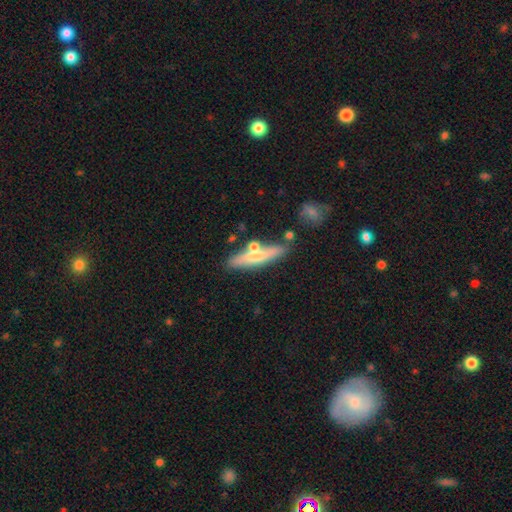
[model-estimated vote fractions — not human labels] Morphology: type=smooth (54%); roundness=cigar-shaped (81%); merging=none (70%).